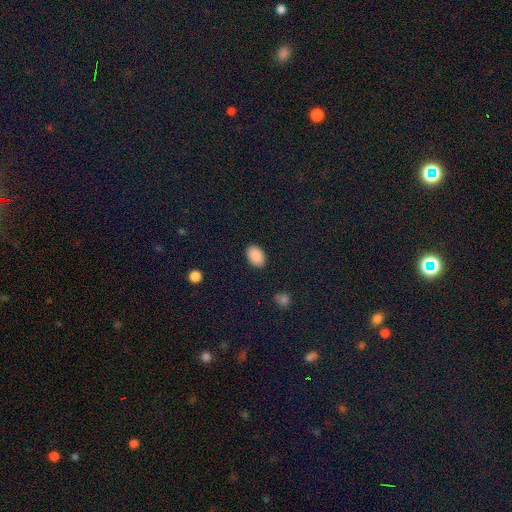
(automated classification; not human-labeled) smooth_or_featured: smooth (p=0.89) [alt: star or artifact p=0.08]
how_rounded: in between (p=0.88) [alt: round p=0.11]
merging: none (p=0.89) [alt: minor disturbance p=0.08]